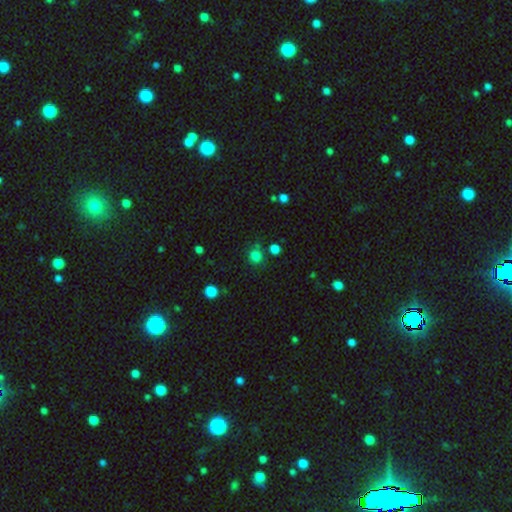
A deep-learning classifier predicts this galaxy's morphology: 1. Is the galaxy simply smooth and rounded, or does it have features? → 79% smooth, 16% star or artifact, 5% featured or disk.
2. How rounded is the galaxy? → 89% round, 11% in between, 1% cigar-shaped.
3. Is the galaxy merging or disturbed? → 74% none, 13% minor disturbance, 9% merger, 5% major disturbance.